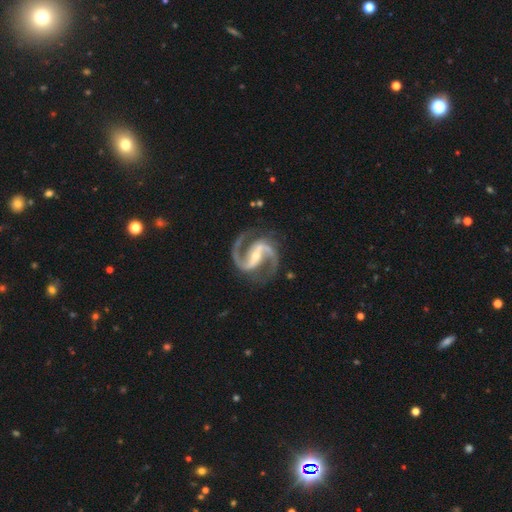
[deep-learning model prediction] Overall: featured or disk (94%). Edge-on disk: no (98%). Bar: strong (60%; weak 28%). Spiral arms: yes (99%). Spiral arm count: 2 (94%). Spiral winding: medium (67%). Bulge size: small (60%; moderate 37%). Merging: none (82%).